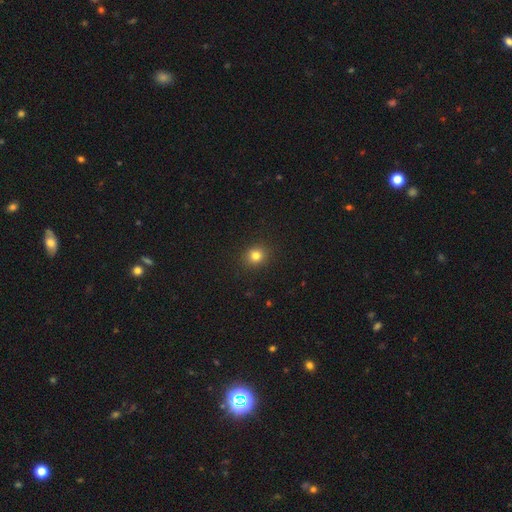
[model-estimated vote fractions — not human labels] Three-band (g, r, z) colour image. It shows a smooth galaxy with no disk features (81%) that is round (81%). Merging: none (91%).